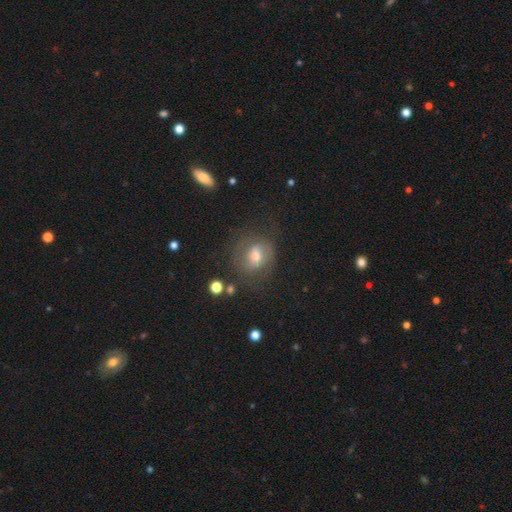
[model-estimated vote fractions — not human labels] Overall: smooth (46%; featured or disk 40%). Merging: none (66%).